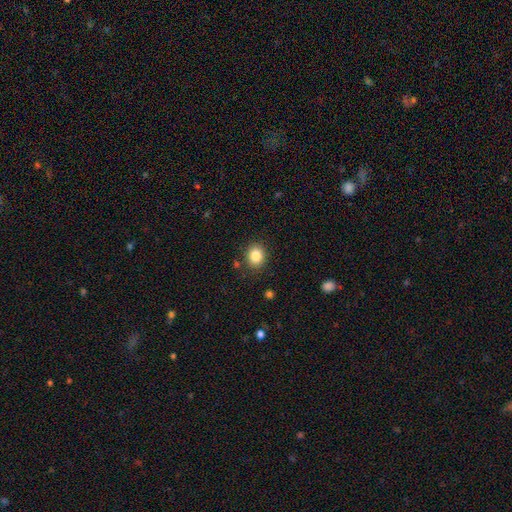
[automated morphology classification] A smooth galaxy with no disk features (84%) that is round (63%). Merging: none (87%).